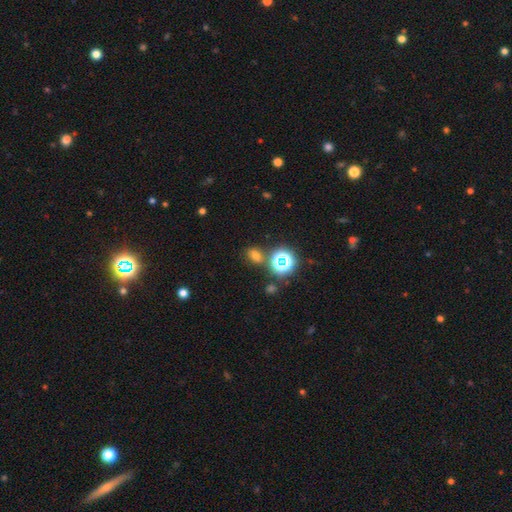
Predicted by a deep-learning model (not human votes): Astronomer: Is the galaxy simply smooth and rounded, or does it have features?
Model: smooth — 60%.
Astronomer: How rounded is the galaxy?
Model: in between — 57% (runner-up: round, 42%).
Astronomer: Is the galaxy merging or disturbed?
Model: none — 75%.